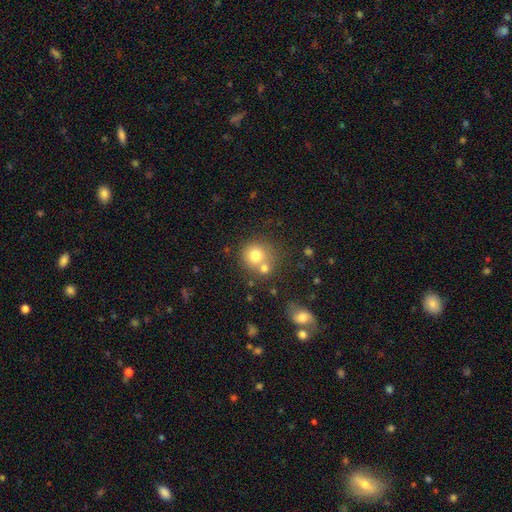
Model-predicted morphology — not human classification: Smooth or featured? Predicted: smooth (p=0.75). How rounded? Predicted: round (p=0.89). Merging? Predicted: none (p=0.57).